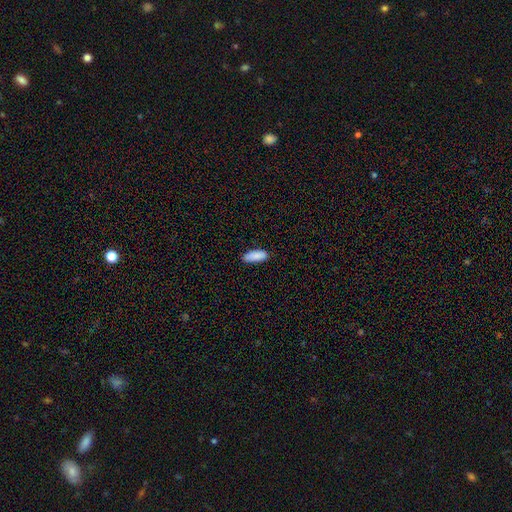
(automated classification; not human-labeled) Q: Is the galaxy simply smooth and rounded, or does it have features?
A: smooth — 90%.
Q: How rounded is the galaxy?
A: in between — 71%.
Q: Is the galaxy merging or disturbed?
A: none — 85%.